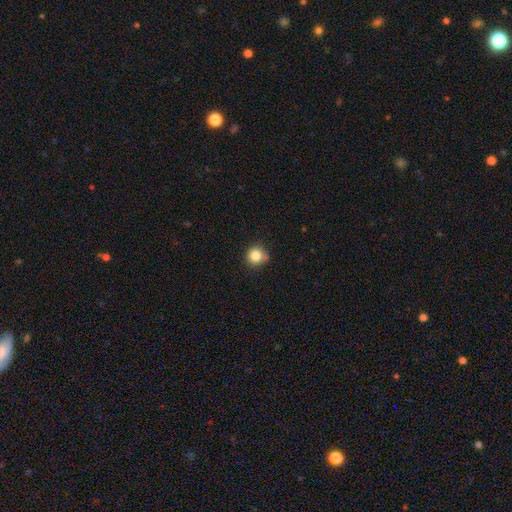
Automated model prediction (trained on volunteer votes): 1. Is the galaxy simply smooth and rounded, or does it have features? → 83% smooth, 11% star or artifact, 6% featured or disk.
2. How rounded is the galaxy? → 92% round, 7% in between, 1% cigar-shaped.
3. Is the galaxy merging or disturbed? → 76% none, 17% minor disturbance, 4% merger, 3% major disturbance.